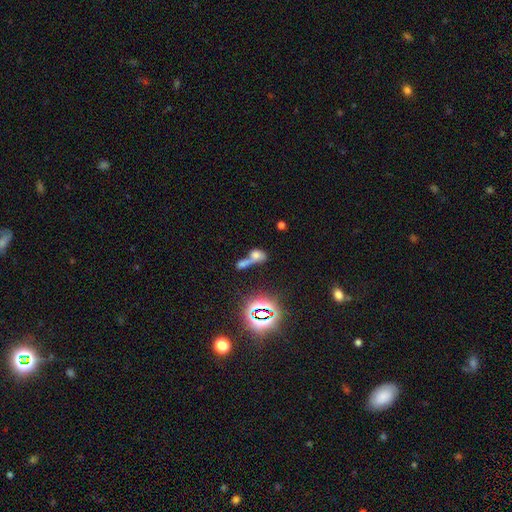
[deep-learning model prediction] Q: Smooth or featured?
A: smooth (54%); runner-up: star or artifact (25%)
Q: How rounded?
A: in between (64%); runner-up: round (30%)
Q: Merging?
A: merger (70%); runner-up: none (16%)